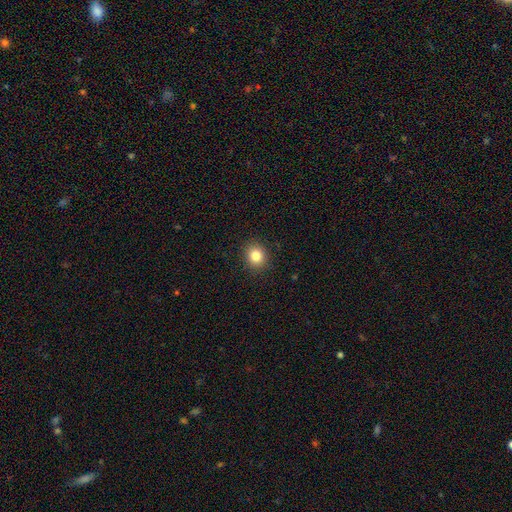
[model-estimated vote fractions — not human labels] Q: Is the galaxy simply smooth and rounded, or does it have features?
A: smooth — 83%.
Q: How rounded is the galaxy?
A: round — 78%.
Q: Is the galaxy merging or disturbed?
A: none — 91%.